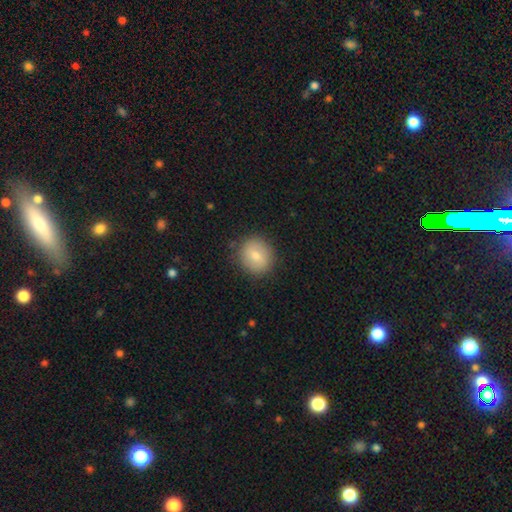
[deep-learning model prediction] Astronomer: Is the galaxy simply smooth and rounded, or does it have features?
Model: smooth — 75%.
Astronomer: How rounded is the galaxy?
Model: round — 81%.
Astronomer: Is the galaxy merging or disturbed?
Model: none — 85%.